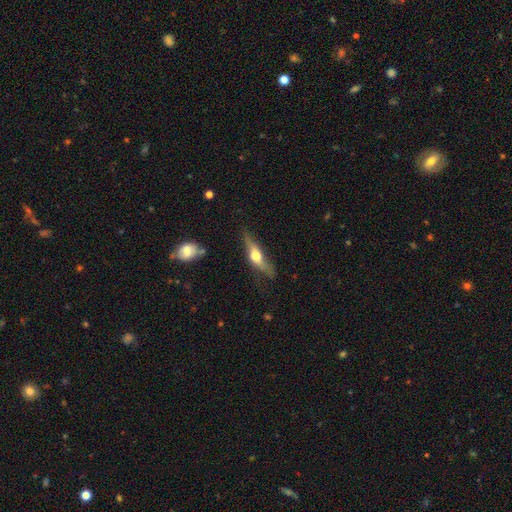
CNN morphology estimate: Smooth or featured: featured or disk — 62% (smooth — 32%)
Edge-on disk: yes — 90% (no — 10%)
Edge-on bulge: rounded — 92% (boxy — 5%)
Merging: none — 68% (minor disturbance — 22%)